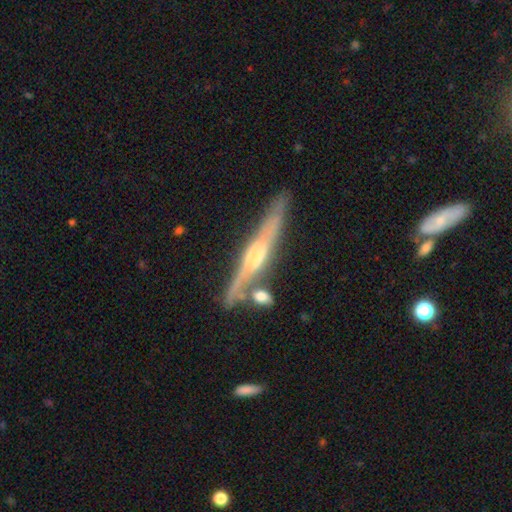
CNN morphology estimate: featured or disk 75%, smooth 19%, star or artifact 6%. Down the decision tree: edge-on disk — yes (92%); edge-on bulge — rounded (53%); merging — none (66%).